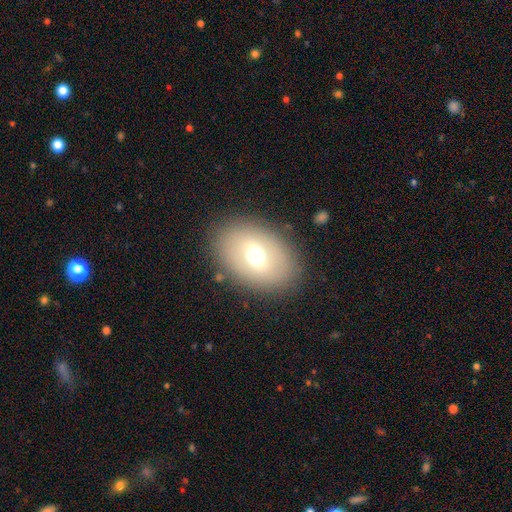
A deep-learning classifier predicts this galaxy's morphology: This appears to be a smooth galaxy with no disk features (53%) that is in between round and cigar-shaped (78%). Merging: none (83%).